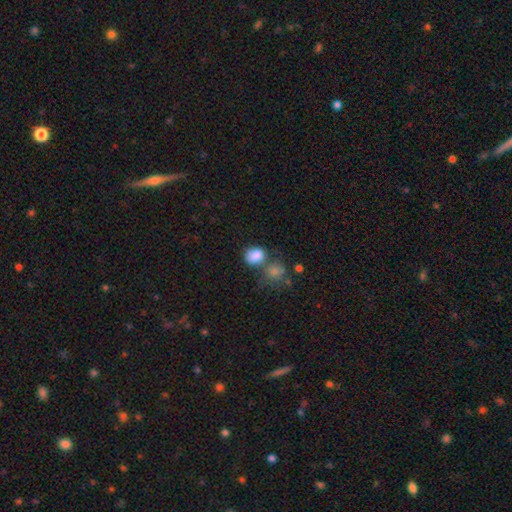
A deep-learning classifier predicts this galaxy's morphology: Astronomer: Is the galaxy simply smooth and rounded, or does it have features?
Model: smooth — 85%.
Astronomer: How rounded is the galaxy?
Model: in between — 53% (runner-up: round, 46%).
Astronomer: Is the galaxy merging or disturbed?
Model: none — 47% (runner-up: merger, 31%).